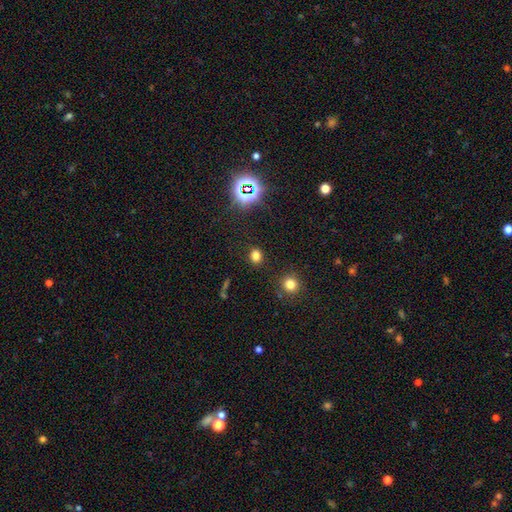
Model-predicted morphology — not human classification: Smooth or featured? smooth (72%)
How rounded? round (59%)
Merging? none (87%)